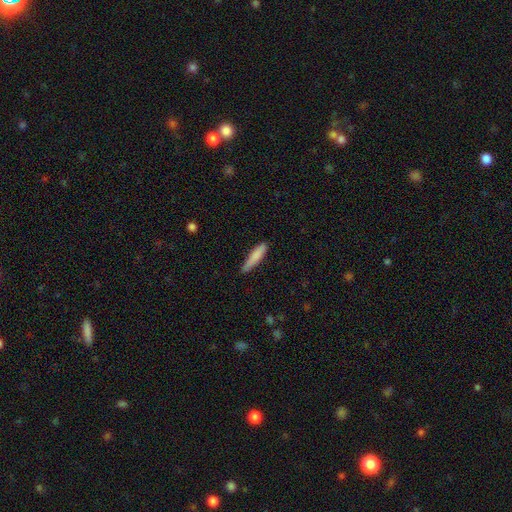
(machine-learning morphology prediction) Smooth or featured? Predicted: smooth (p=0.82). How rounded? Predicted: cigar-shaped (p=0.85). Merging? Predicted: none (p=0.76).